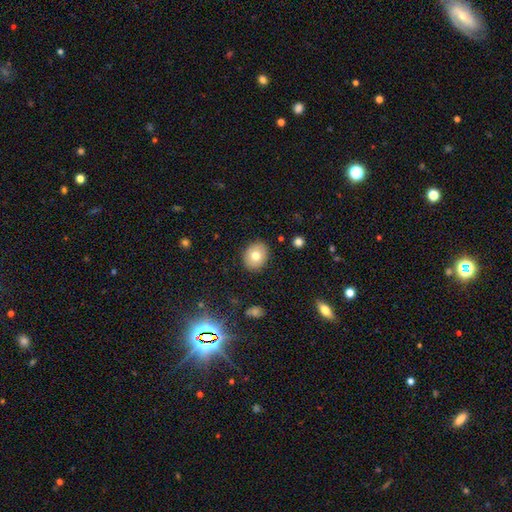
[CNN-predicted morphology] This is likely a smooth galaxy (75%). How rounded: possibly round (58%). Merging: clearly none (89%).